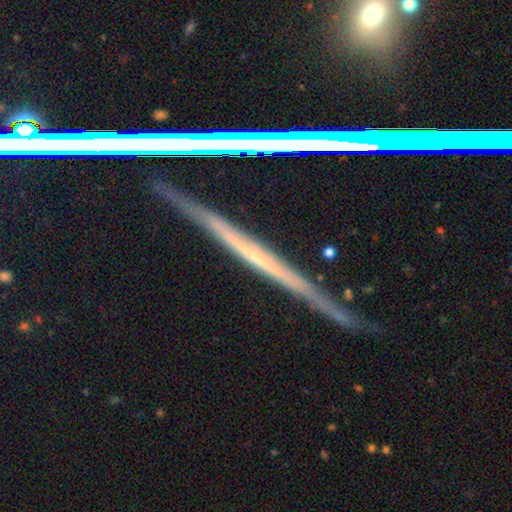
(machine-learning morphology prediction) type=featured or disk (63%); edge-on=yes (94%); edge-on bulge=none (53%); merging=none (85%).